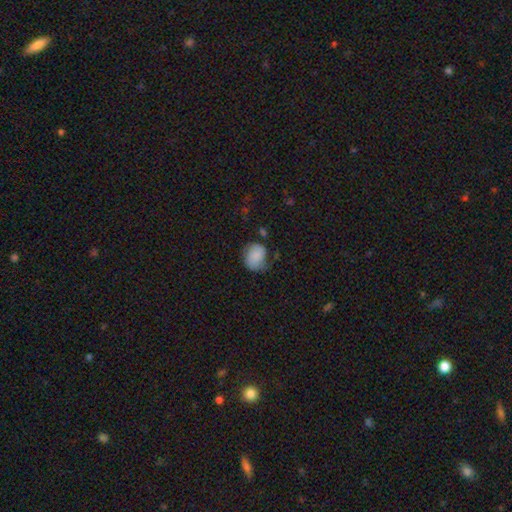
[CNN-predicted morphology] Smooth or featured? Predicted: smooth (p=0.76). How rounded? Predicted: round (p=0.57). Merging? Predicted: none (p=0.50).